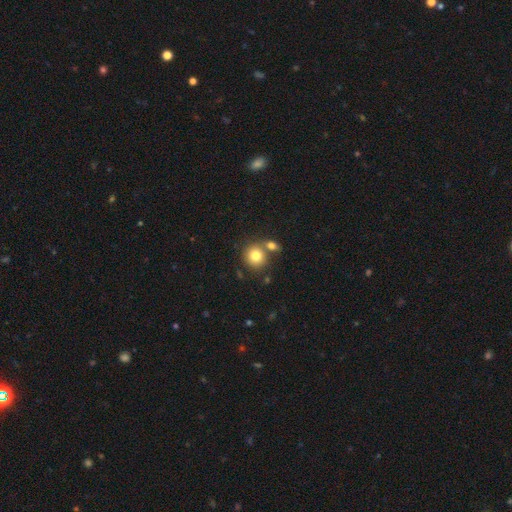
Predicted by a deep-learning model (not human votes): smooth-or-featured: smooth: 79% | star or artifact: 10% | featured or disk: 10%
  how-rounded: round: 87% | in between: 12% | cigar-shaped: 1%
  merging: none: 61% | merger: 27% | minor disturbance: 9% | major disturbance: 3%